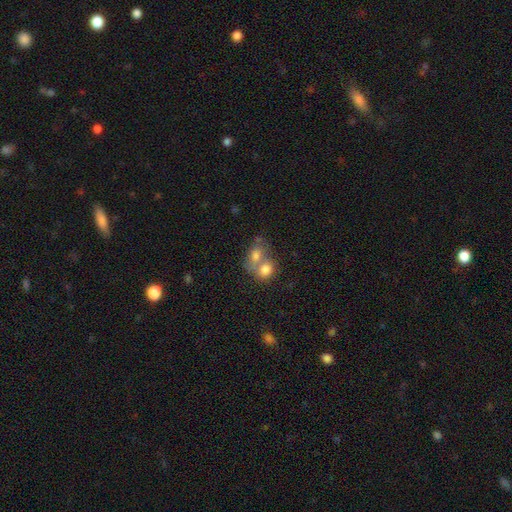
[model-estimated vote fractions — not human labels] Smooth or featured? smooth (73%)
How rounded? in between (56%)
Merging? merger (70%)